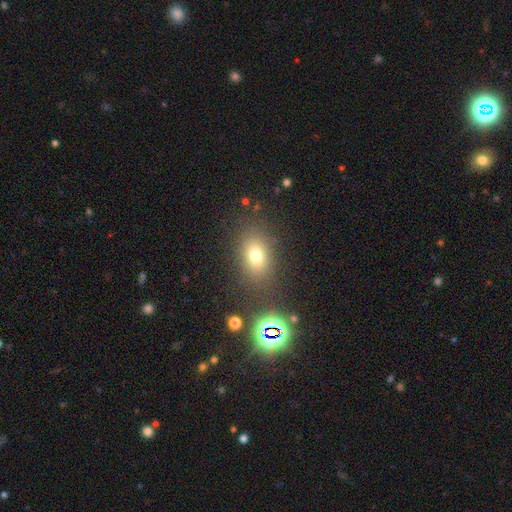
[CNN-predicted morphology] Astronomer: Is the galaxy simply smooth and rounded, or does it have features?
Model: smooth — 71%.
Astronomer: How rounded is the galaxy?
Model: in between — 71%.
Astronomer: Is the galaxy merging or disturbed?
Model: none — 78%.